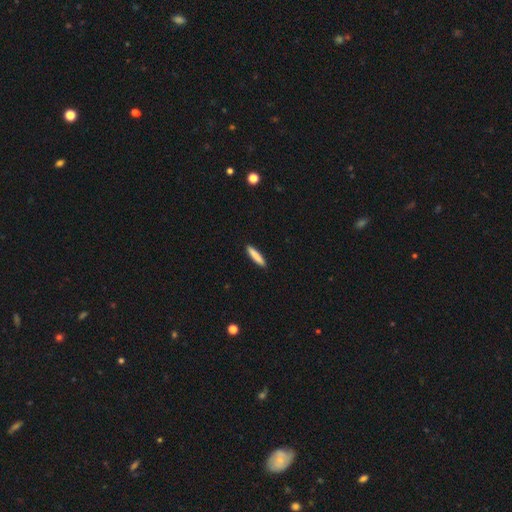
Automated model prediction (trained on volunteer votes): Smooth or featured? smooth (85%)
How rounded? cigar-shaped (90%)
Merging? none (92%)